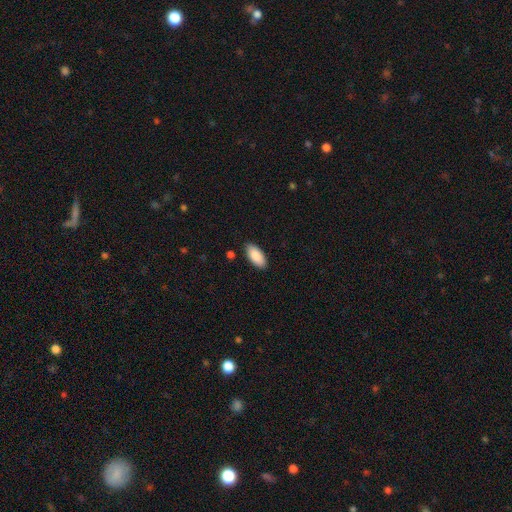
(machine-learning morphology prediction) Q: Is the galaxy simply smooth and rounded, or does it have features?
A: smooth — 89%.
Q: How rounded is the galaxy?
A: in between — 92%.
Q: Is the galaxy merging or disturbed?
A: none — 87%.